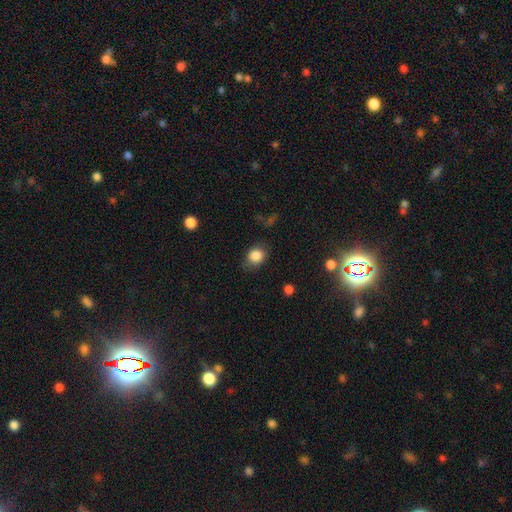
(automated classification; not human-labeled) A smooth galaxy with no disk features (86%) that is round (57%). Merging: none (76%).